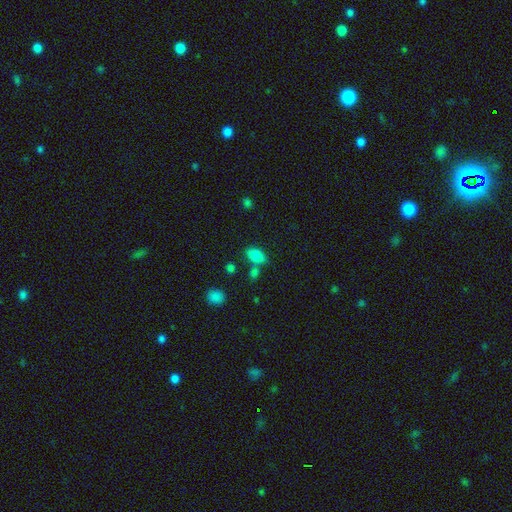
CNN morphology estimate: type=smooth (83%); roundness=in between (88%); merging=none (65%).